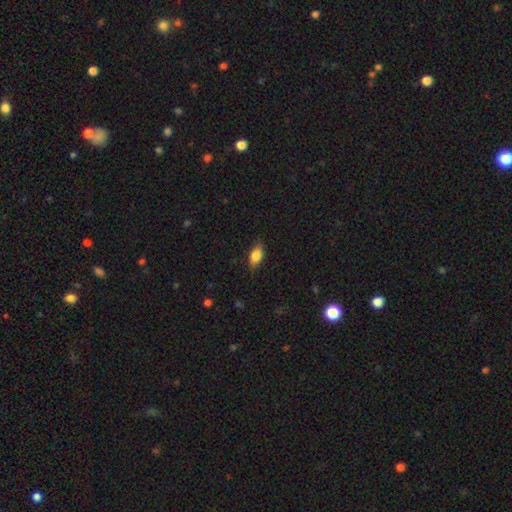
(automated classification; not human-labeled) This is clearly a smooth galaxy (81%). How rounded: clearly in between (87%). Merging: likely none (80%).